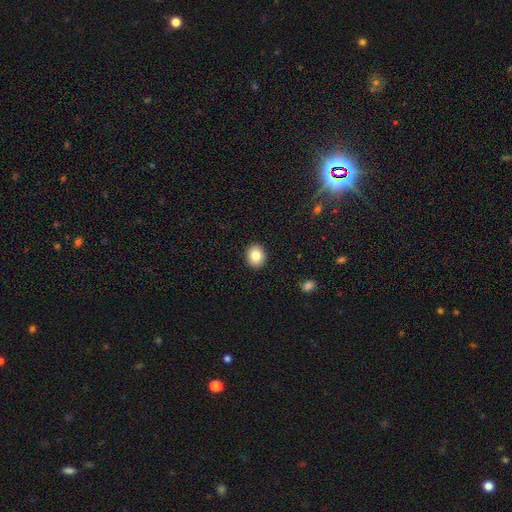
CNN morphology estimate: This appears to be a smooth galaxy with no disk features (83%) that is round (73%). Merging: none (92%).